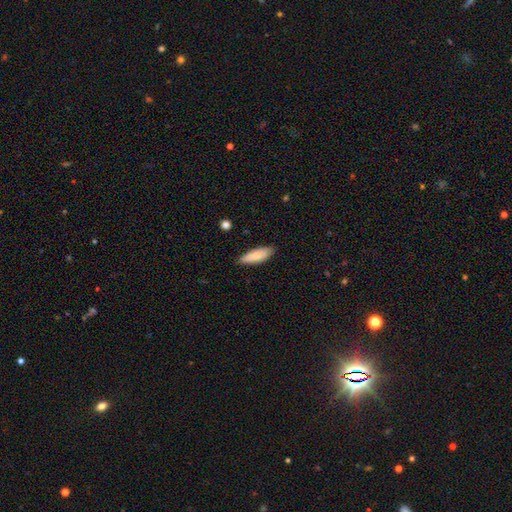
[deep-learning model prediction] A smooth galaxy with no disk features (78%) that is in between round and cigar-shaped (64%).

Vote fractions:
- Smooth or featured? smooth: 78% / featured or disk: 16% / star or artifact: 6%
- How rounded? in between: 64% / cigar-shaped: 35% / round: 2%
- Merging? none: 81% / minor disturbance: 15% / major disturbance: 2% / merger: 1%